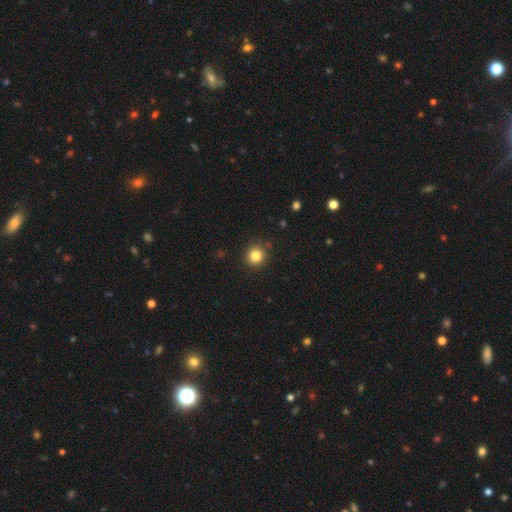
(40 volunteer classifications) smooth_or_featured: smooth (p=0.88) [alt: star or artifact p=0.12]
how_rounded: round (p=0.91) [alt: in between p=0.09]
merging: none (p=0.94) [alt: major disturbance p=0.03]